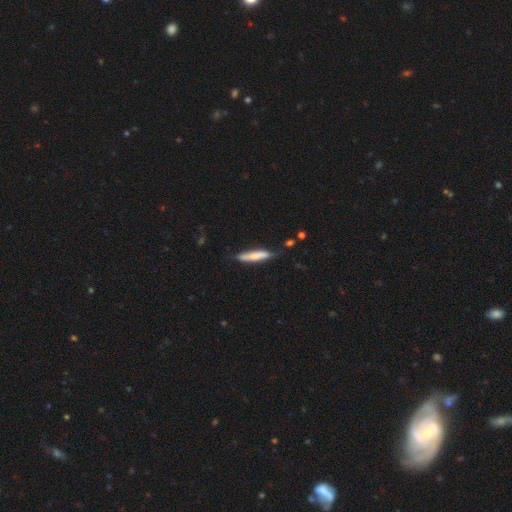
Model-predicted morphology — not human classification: smooth_or_featured: smooth (p=0.67) [alt: featured or disk p=0.27]
how_rounded: cigar-shaped (p=0.87) [alt: in between p=0.11]
merging: none (p=0.65) [alt: minor disturbance p=0.26]